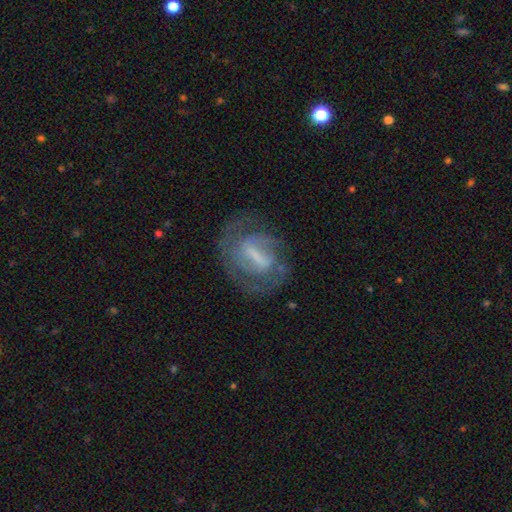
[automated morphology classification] A featured or disk galaxy (76%) with a strong bar (53%), 2 (50%) tight (50%) spiral arms (80%) and no central bulge (36%). Merging: none (63%).